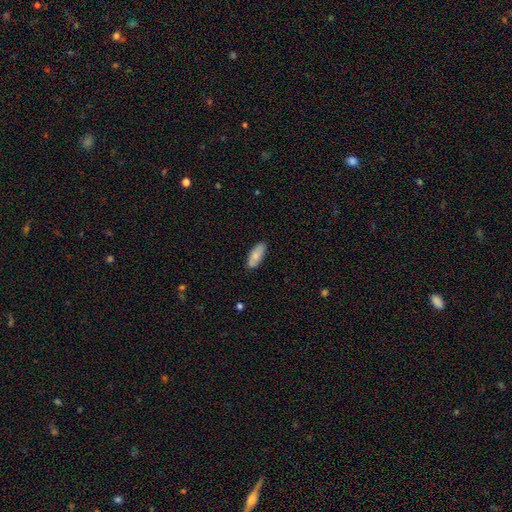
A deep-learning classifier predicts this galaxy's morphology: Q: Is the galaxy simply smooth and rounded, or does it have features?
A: smooth — 80%.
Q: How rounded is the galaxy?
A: in between — 79%.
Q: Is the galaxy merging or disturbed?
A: none — 85%.